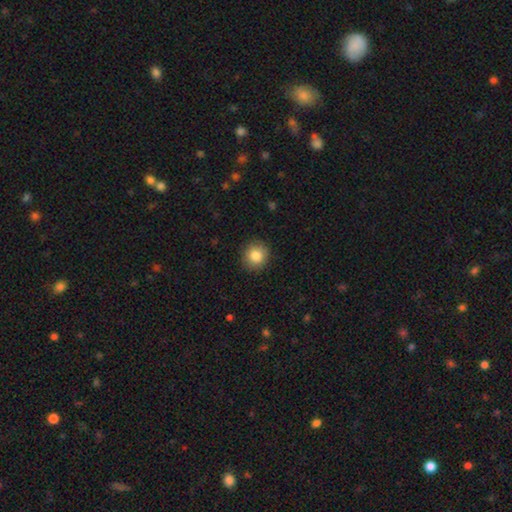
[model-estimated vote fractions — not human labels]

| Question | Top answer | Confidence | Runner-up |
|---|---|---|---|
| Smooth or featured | smooth | 85% | star or artifact (9%) |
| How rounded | round | 90% | in between (9%) |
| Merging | none | 90% | minor disturbance (7%) |